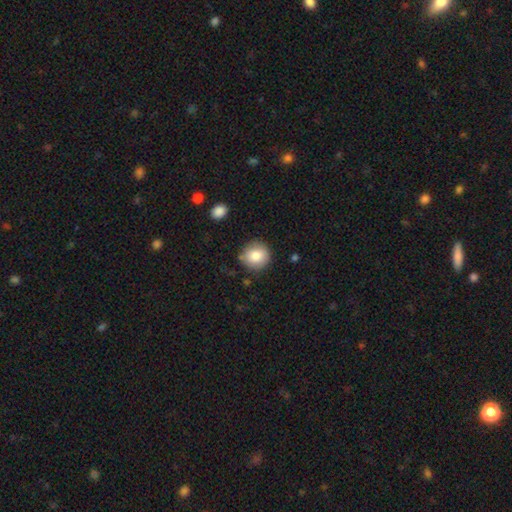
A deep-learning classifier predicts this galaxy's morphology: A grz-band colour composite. It shows a smooth galaxy with no disk features (84%) that is round (90%). Merging: none (84%).